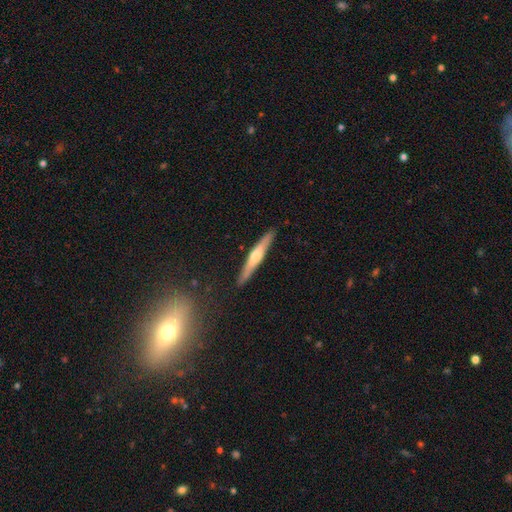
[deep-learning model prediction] This appears to be a featured or disk galaxy (58%) viewed edge-on (96%) with a rounded central bulge (82%). Merging: none (89%).